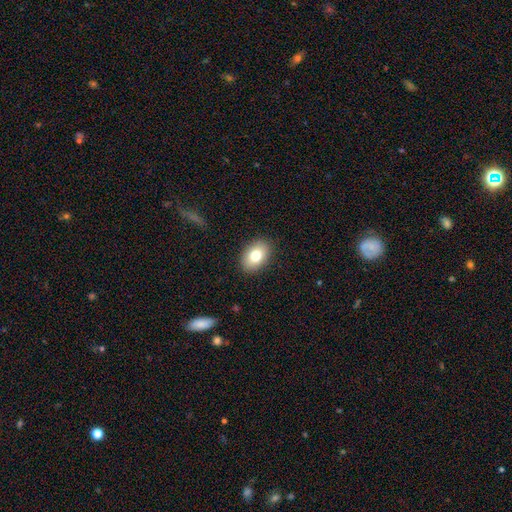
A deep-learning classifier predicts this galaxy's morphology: smooth_or_featured: smooth (p=0.77) [alt: featured or disk p=0.14]
how_rounded: in between (p=0.84) [alt: round p=0.14]
merging: none (p=0.89) [alt: minor disturbance p=0.08]